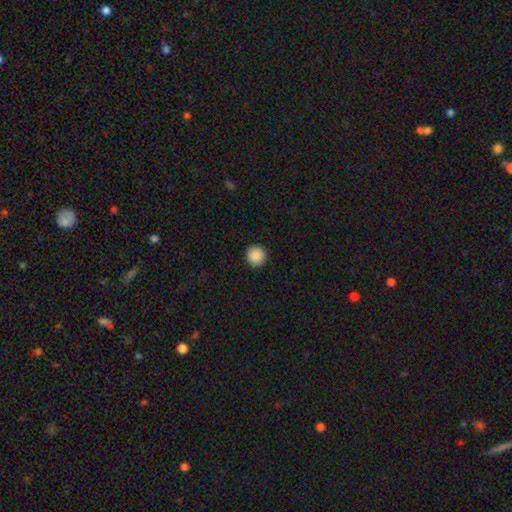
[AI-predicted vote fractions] A smooth galaxy with no disk features (90%) that is round (95%).

Vote fractions:
- Smooth or featured? smooth: 90% / star or artifact: 8% / featured or disk: 2%
- How rounded? round: 95% / in between: 4% / cigar-shaped: 1%
- Merging? none: 93% / minor disturbance: 5% / major disturbance: 2% / merger: 1%